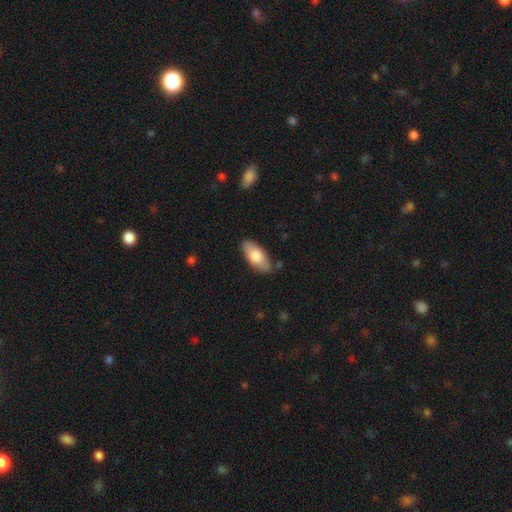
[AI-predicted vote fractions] Overall: smooth (74%). How rounded: in between (87%). Merging: none (81%).